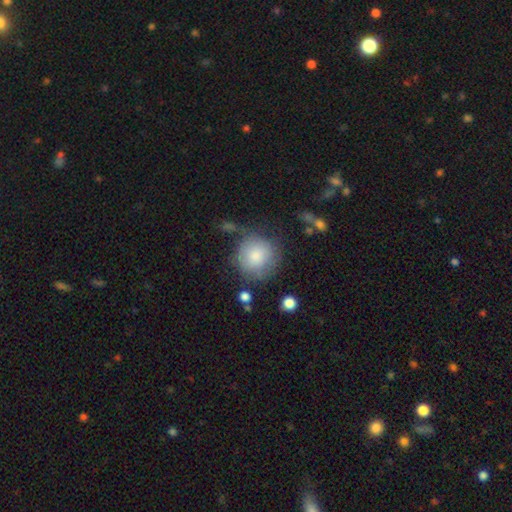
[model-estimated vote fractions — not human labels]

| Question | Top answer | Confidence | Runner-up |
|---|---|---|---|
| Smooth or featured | smooth | 79% | featured or disk (14%) |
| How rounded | round | 91% | in between (8%) |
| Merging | none | 55% | minor disturbance (23%) |